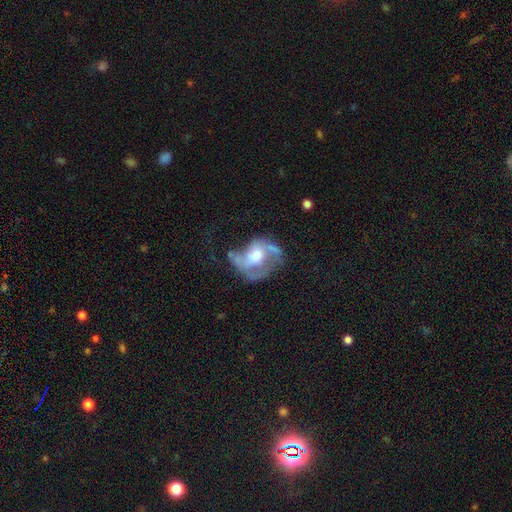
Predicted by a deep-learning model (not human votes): A featured or disk galaxy (70%) with no bar (66%), spiral arms (63%) and a moderate central bulge (66%).

Vote fractions:
- Smooth or featured? featured or disk: 70% / smooth: 22% / star or artifact: 8%
- Edge-on disk? no: 97% / yes: 3%
- Bar? no: 66% / weak: 27% / strong: 7%
- Spiral arms? yes: 63% / no: 37%
- Bulge size? moderate: 66% / large: 15% / small: 15% / none: 3% / dominant: 1%
- Merging? major disturbance: 37% / none: 32% / minor disturbance: 23% / merger: 8%